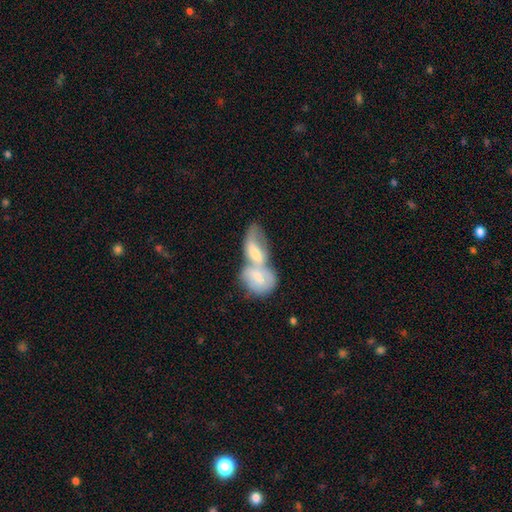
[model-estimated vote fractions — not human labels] Smooth or featured? Predicted: smooth (p=0.46). Merging? Predicted: merger (p=0.78).